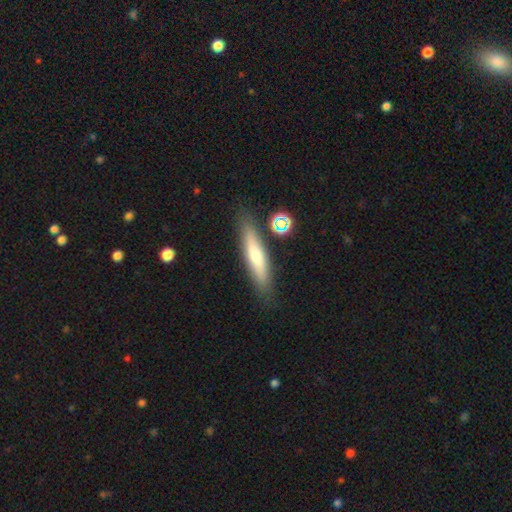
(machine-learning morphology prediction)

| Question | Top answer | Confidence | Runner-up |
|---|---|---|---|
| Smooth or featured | smooth | 62% | featured or disk (30%) |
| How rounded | cigar-shaped | 82% | in between (16%) |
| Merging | none | 81% | minor disturbance (12%) |